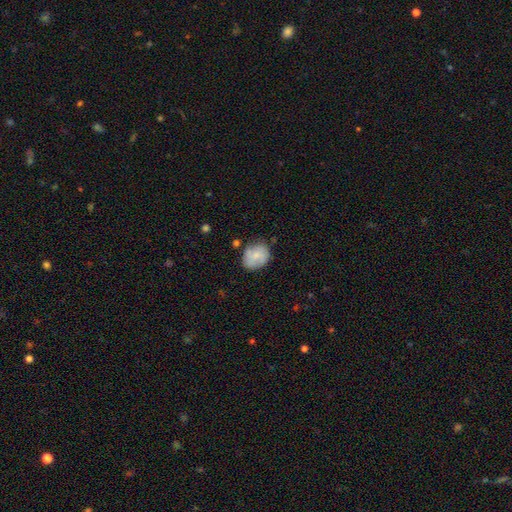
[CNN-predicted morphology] The model was most divided on "how rounded": round: 54%, in between: 45%, cigar-shaped: 1%. More confident: smooth or featured — smooth (69%); merging — none (65%).